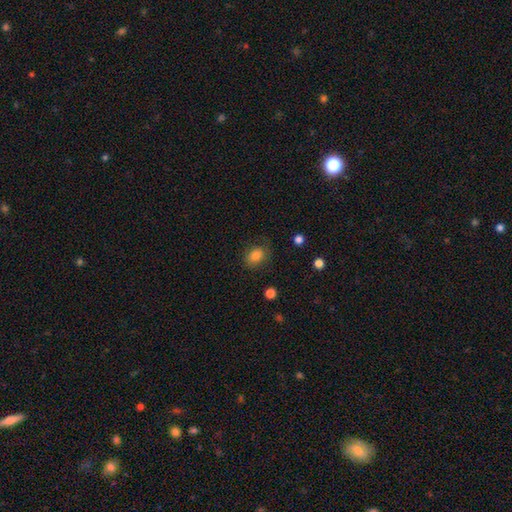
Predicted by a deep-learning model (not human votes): Smooth or featured: smooth — 82% (star or artifact — 10%)
How rounded: in between — 56% (round — 43%)
Merging: none — 73% (minor disturbance — 19%)